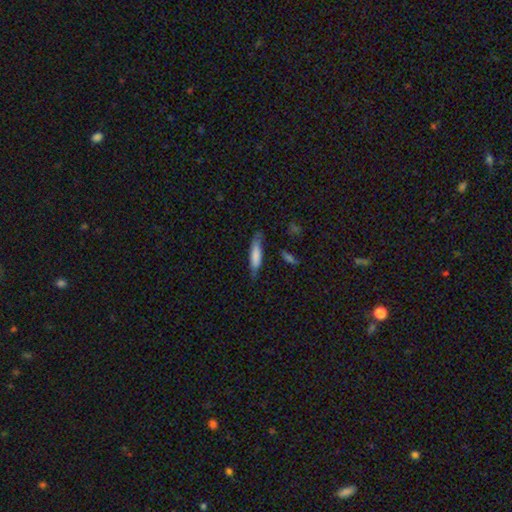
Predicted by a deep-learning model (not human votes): Smooth or featured: smooth — 77% (featured or disk — 17%)
How rounded: cigar-shaped — 71% (in between — 27%)
Merging: none — 70% (minor disturbance — 23%)